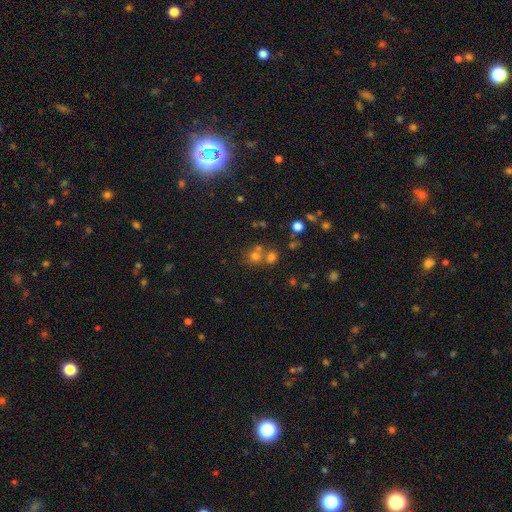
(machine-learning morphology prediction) Overall: smooth (45%; star or artifact 43%). Merging: none (54%; merger 37%).